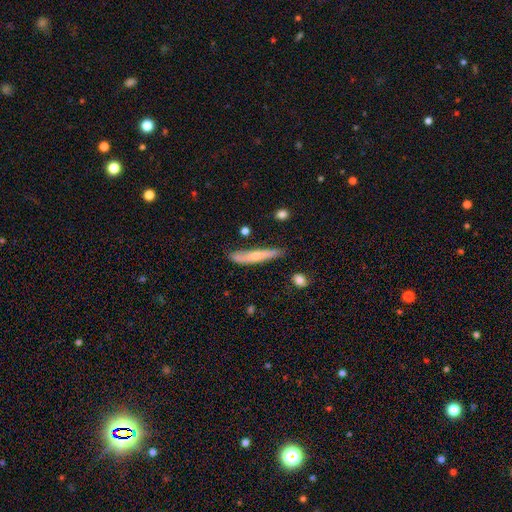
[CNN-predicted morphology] Overall: smooth (54%; featured or disk 40%). How rounded: cigar-shaped (88%). Merging: none (69%).